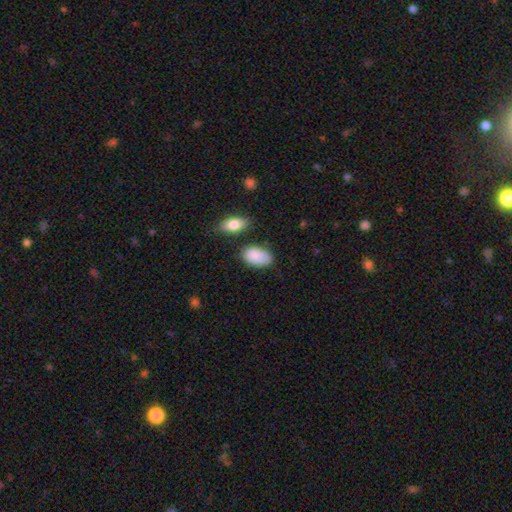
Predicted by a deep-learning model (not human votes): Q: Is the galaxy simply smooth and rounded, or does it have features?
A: smooth — 85%.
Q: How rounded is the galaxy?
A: in between — 93%.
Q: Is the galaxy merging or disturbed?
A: none — 62%.